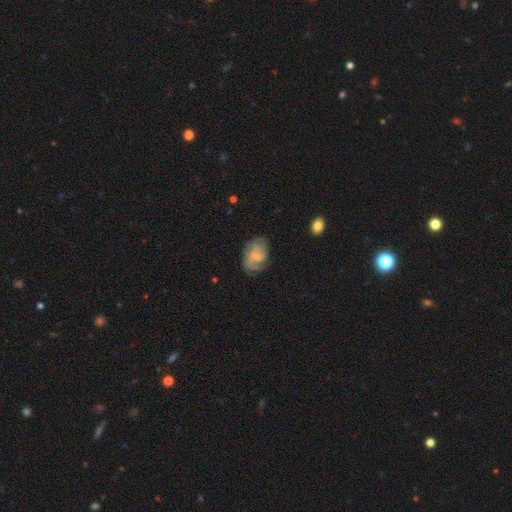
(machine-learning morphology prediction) This is possibly a featured or disk galaxy (57%). It is clearly not viewed edge-on (97%). Bar: possibly weak (48%). Spiral arm pattern: clearly yes (84%). Central bulge: marginally small (42%). Merging: likely none (63%).